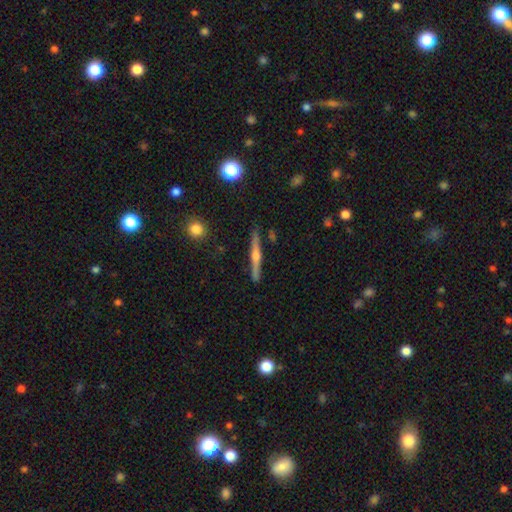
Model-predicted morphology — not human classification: A featured or disk galaxy (71%) viewed edge-on (98%) with a rounded central bulge (87%). Merging: none (89%).